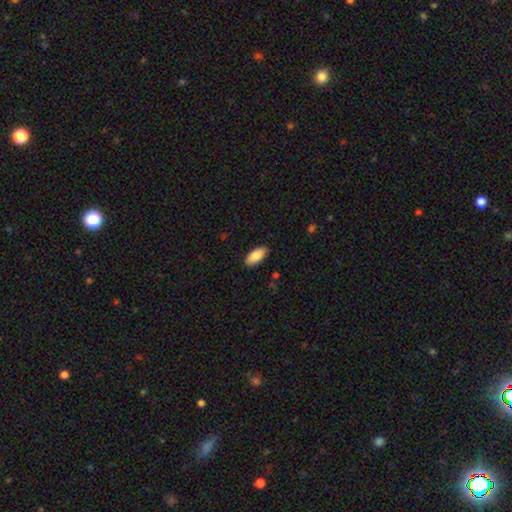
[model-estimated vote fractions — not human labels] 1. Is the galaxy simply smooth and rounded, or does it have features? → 88% smooth, 6% featured or disk, 6% star or artifact.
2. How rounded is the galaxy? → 91% in between, 7% cigar-shaped, 2% round.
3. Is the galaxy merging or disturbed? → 87% none, 10% minor disturbance, 2% major disturbance, 1% merger.